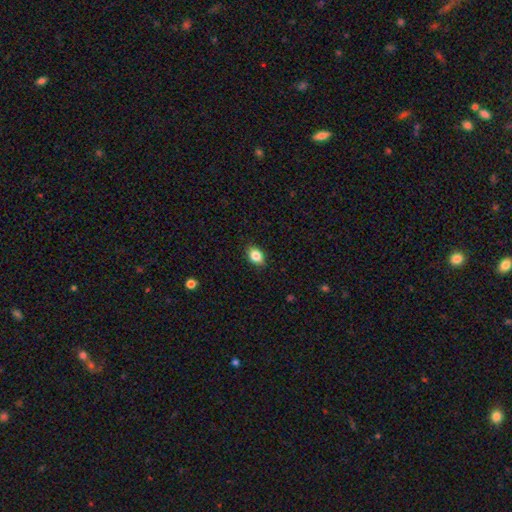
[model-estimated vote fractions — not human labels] smooth_or_featured: smooth (p=0.84) [alt: star or artifact p=0.09]
how_rounded: in between (p=0.76) [alt: round p=0.23]
merging: none (p=0.87) [alt: minor disturbance p=0.10]